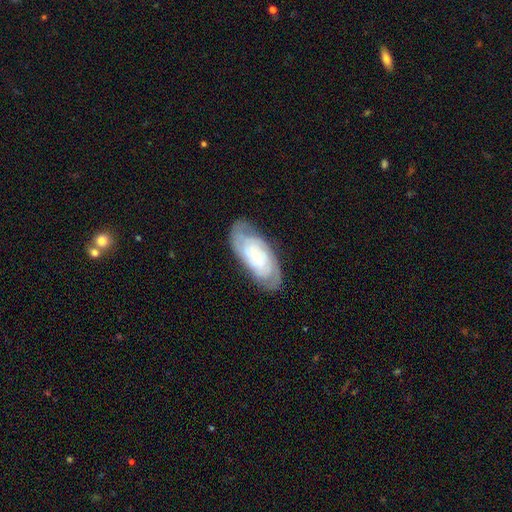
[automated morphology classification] The model was most divided on "spiral arm count": 2: 45%, can't tell: 34%, 3: 9%, 4: 4%, 1: 4%, more than 4: 3%. More confident: spiral arms — yes (93%); edge-on disk — no (93%); merging — none (78%); smooth or featured — featured or disk (74%); bulge size — small (72%); spiral winding — tight (71%); bar — no (70%).